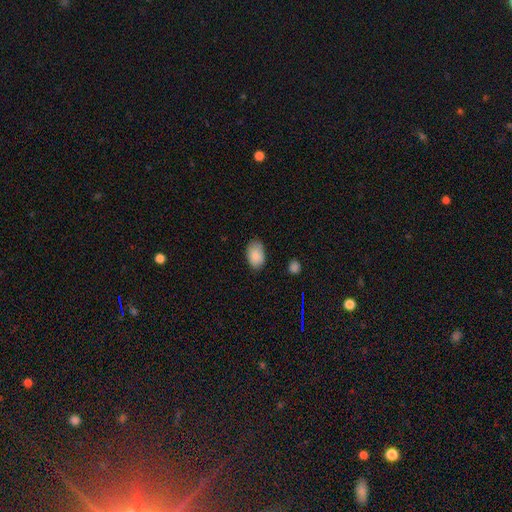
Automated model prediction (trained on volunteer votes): Smooth or featured?
  - smooth: 87% *
  - star or artifact: 7%
  - featured or disk: 6%
How rounded?
  - in between: 87% *
  - round: 12%
  - cigar-shaped: 1%
Merging?
  - none: 76% *
  - minor disturbance: 19%
  - major disturbance: 4%
  - merger: 2%